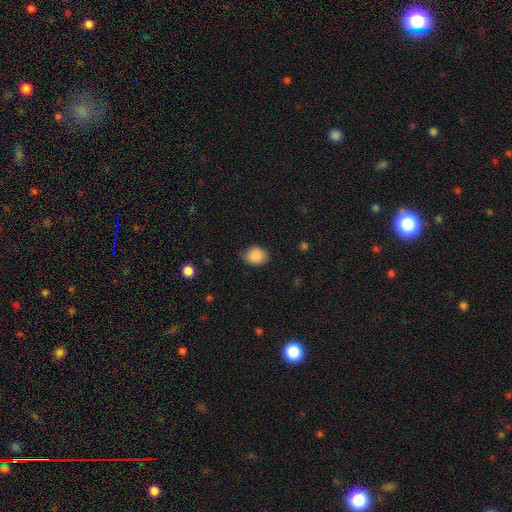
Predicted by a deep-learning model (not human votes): Morphology: type=smooth (88%); roundness=round (68%); merging=none (76%).